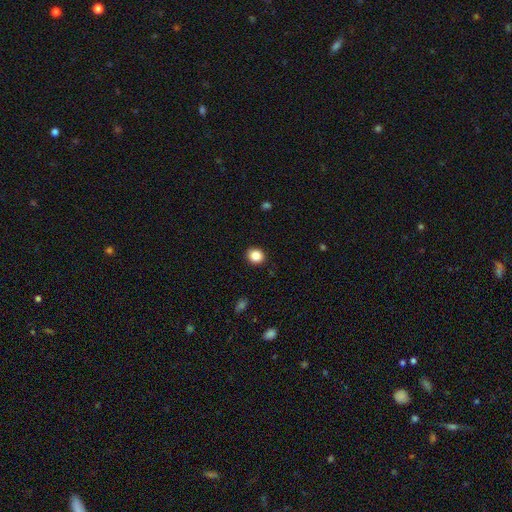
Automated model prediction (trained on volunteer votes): Morphology: type=smooth (86%); roundness=round (79%); merging=none (91%).